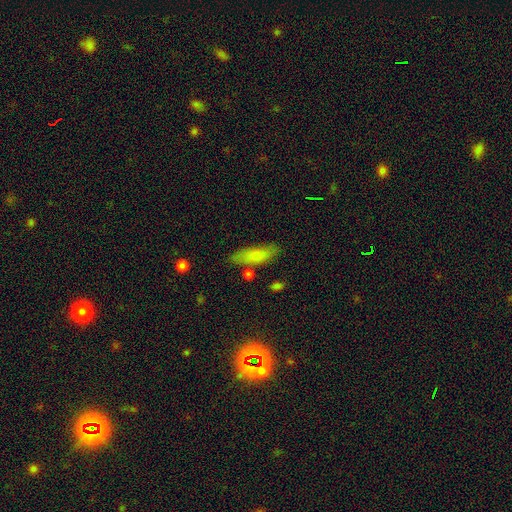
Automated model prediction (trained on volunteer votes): Smooth or featured: smooth — 79% (featured or disk — 15%)
How rounded: in between — 60% (cigar-shaped — 37%)
Merging: none — 74% (minor disturbance — 16%)